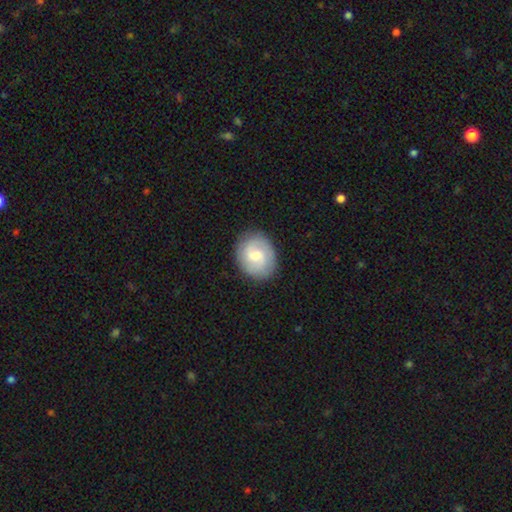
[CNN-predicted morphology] The model was most divided on "bar": weak: 52%, no: 41%, strong: 7%. More confident: edge-on disk — no (98%); spiral arms — yes (88%); merging — none (84%); smooth or featured — featured or disk (55%); bulge size — moderate (52%).